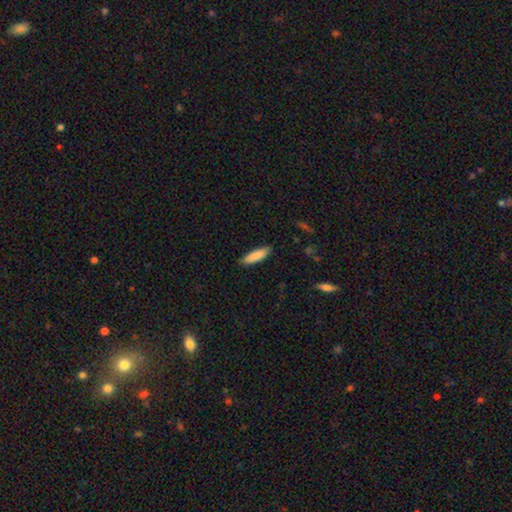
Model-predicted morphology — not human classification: Overall: smooth (87%). How rounded: cigar-shaped (58%; in between 41%). Merging: none (85%).